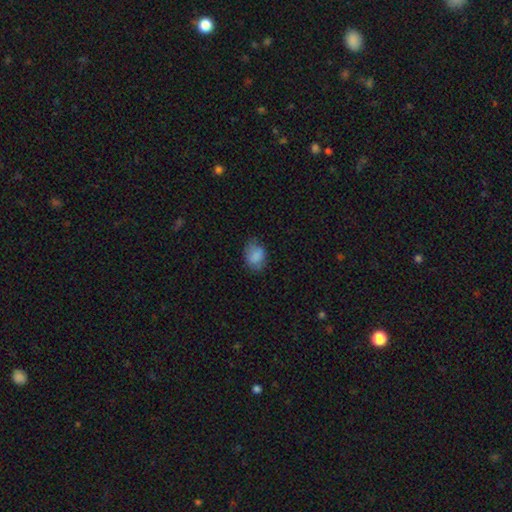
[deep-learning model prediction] A smooth galaxy with no disk features (84%) that is in between round and cigar-shaped (65%). Merging: none (68%).